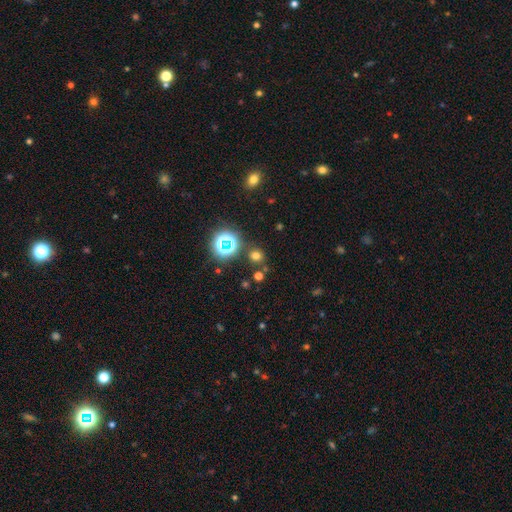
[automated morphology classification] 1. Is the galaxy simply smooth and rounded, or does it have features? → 61% smooth, 32% star or artifact, 6% featured or disk.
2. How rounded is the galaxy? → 85% round, 14% in between, 1% cigar-shaped.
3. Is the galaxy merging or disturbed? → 81% none, 9% minor disturbance, 7% merger, 3% major disturbance.